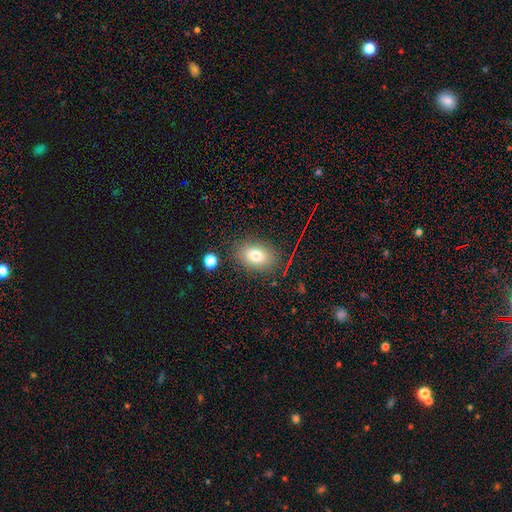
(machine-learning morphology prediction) A smooth galaxy with no disk features (77%) that is in between round and cigar-shaped (78%).

Vote fractions:
- Smooth or featured? smooth: 77% / star or artifact: 12% / featured or disk: 11%
- How rounded? in between: 78% / round: 20% / cigar-shaped: 2%
- Merging? none: 84% / minor disturbance: 10% / major disturbance: 4% / merger: 2%